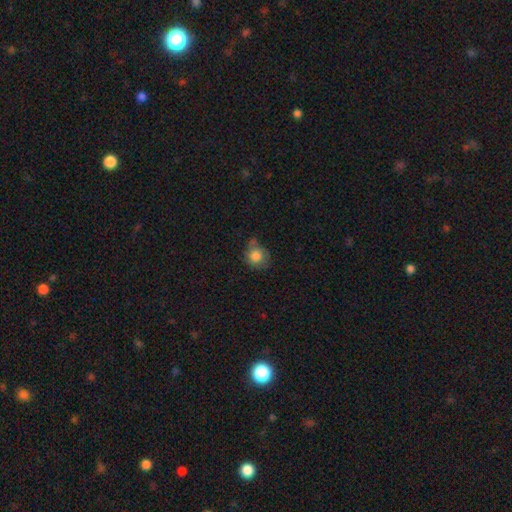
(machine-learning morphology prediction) Q: Smooth or featured?
A: smooth (80%); runner-up: featured or disk (11%)
Q: How rounded?
A: round (78%); runner-up: in between (21%)
Q: Merging?
A: none (50%); runner-up: minor disturbance (32%)